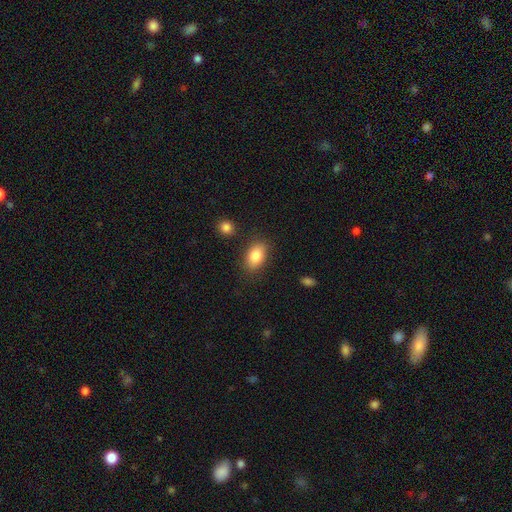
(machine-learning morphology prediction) smooth 84%, featured or disk 8%, star or artifact 8%. Down the decision tree: how rounded — in between (88%); merging — none (82%).